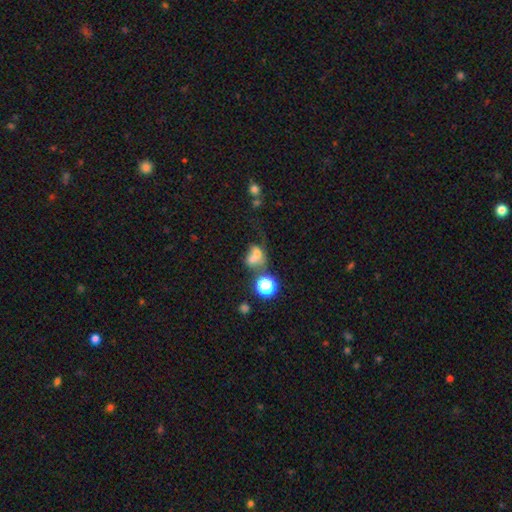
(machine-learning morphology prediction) smooth 59%, featured or disk 21%, star or artifact 19%. Down the decision tree: how rounded — round (55%); merging — merger (58%).